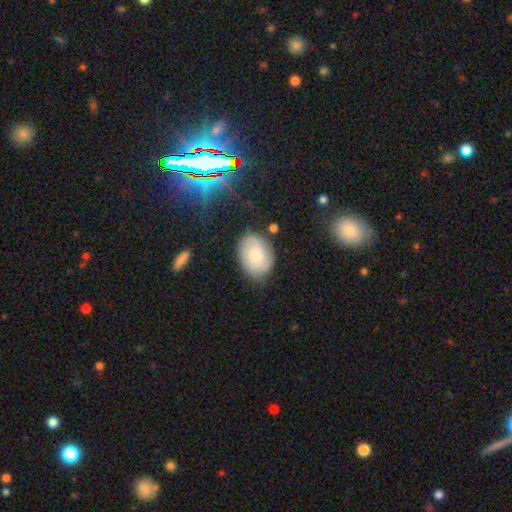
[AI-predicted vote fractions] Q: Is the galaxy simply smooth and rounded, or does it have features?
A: smooth — 58%.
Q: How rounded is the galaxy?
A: in between — 68%.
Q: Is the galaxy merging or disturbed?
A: none — 73%.